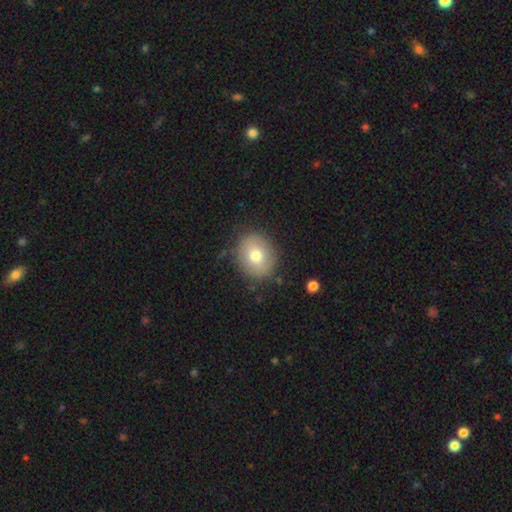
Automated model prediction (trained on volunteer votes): Smooth or featured?
  - smooth: 73% *
  - featured or disk: 18%
  - star or artifact: 9%
How rounded?
  - round: 57% *
  - in between: 42%
  - cigar-shaped: 1%
Merging?
  - none: 84% *
  - minor disturbance: 11%
  - major disturbance: 3%
  - merger: 2%